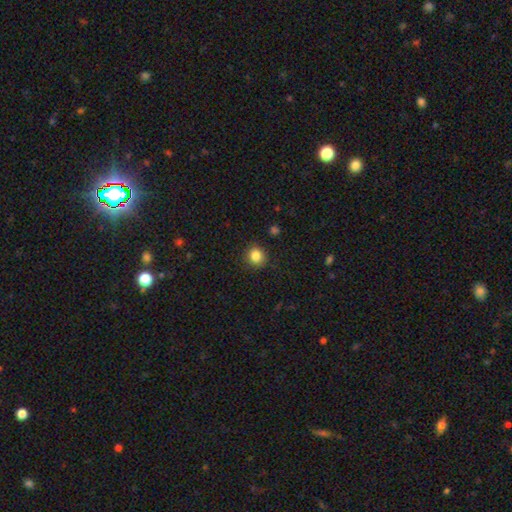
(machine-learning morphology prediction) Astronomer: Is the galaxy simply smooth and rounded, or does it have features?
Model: smooth — 85%.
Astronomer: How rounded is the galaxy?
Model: round — 85%.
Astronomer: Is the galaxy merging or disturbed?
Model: none — 89%.